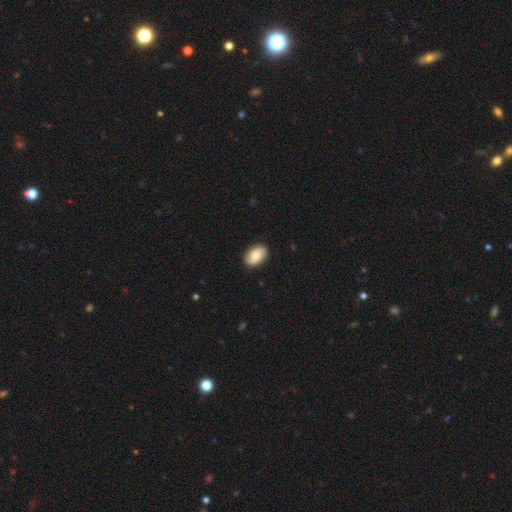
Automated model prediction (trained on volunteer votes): Overall: smooth (75%). How rounded: in between (90%). Merging: none (86%).